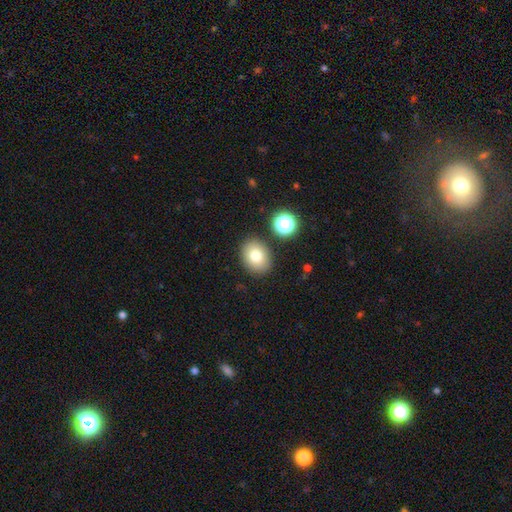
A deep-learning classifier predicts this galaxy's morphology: This appears to be a smooth galaxy with no disk features (78%) that is in between round and cigar-shaped (50%). Merging: none (85%).